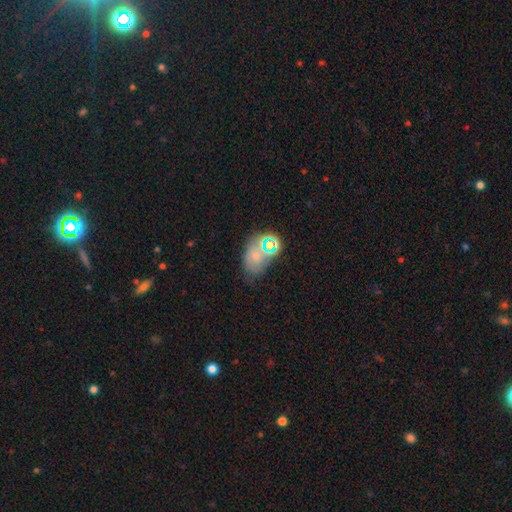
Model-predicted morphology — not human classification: Q: Smooth or featured?
A: smooth (50%); runner-up: featured or disk (25%)
Q: How rounded?
A: in between (75%); runner-up: round (24%)
Q: Merging?
A: none (53%); runner-up: minor disturbance (22%)